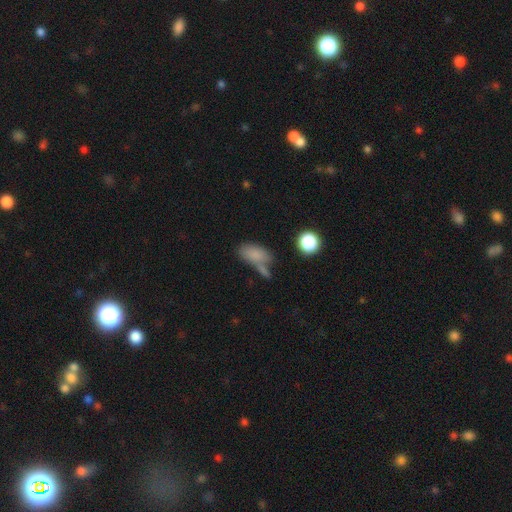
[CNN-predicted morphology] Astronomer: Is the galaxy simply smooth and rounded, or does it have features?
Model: smooth — 78%.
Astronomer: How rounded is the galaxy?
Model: in between — 87%.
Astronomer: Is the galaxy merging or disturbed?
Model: none — 46% (runner-up: merger, 27%).